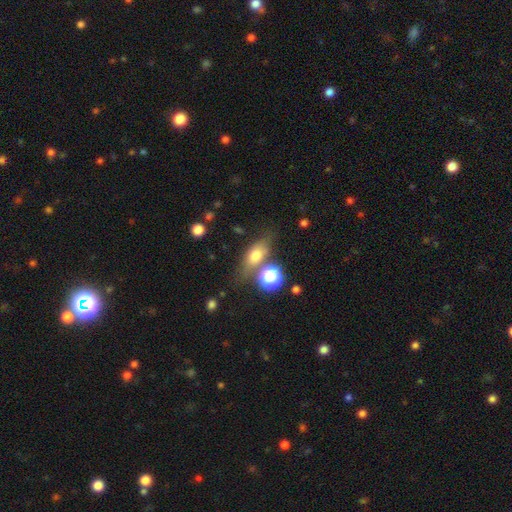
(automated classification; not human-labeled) A smooth galaxy with no disk features (67%) that is in between round and cigar-shaped (69%). Merging: none (61%).